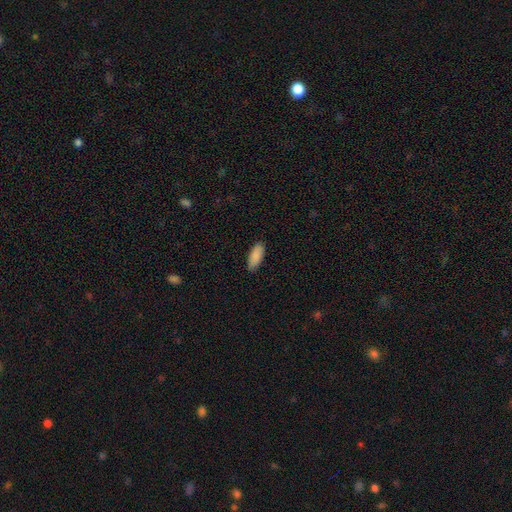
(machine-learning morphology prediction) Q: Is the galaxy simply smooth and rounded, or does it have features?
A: smooth — 90%.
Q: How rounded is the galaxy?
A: in between — 81%.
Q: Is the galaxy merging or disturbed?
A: none — 88%.